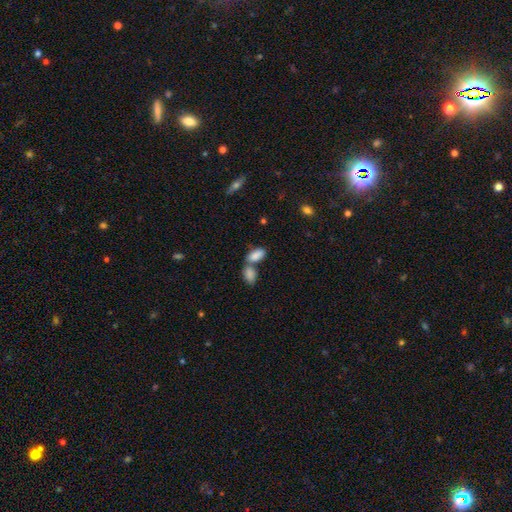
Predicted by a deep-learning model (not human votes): Smooth or featured: smooth — 86% (star or artifact — 7%)
How rounded: in between — 92% (cigar-shaped — 4%)
Merging: merger — 48% (none — 38%)